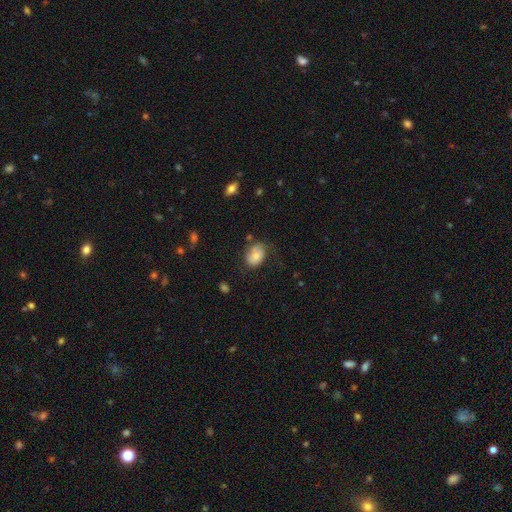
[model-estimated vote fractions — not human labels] Smooth or featured: smooth — 69% (featured or disk — 23%)
How rounded: in between — 71% (round — 28%)
Merging: none — 59% (minor disturbance — 28%)